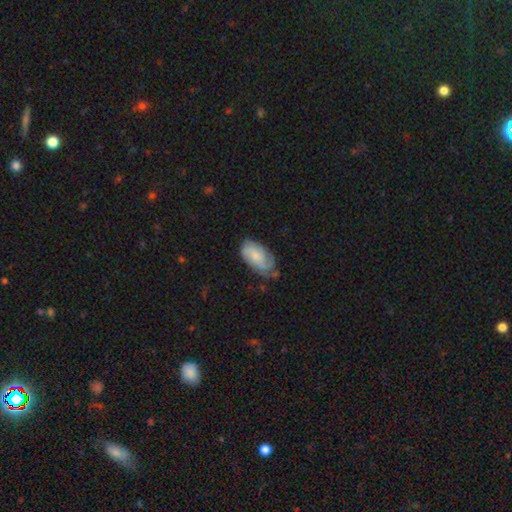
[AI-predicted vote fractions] smooth-or-featured: featured or disk: 50% | smooth: 44% | star or artifact: 7%
  merging: none: 58% | minor disturbance: 30% | major disturbance: 10% | merger: 2%